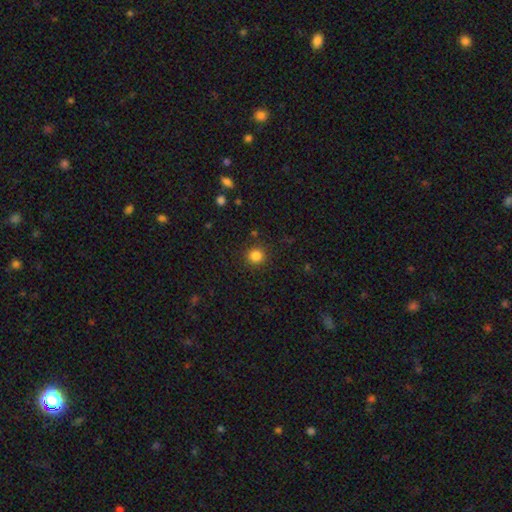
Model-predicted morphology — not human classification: smooth 84%, star or artifact 12%, featured or disk 4%. Down the decision tree: how rounded — round (93%); merging — none (89%).